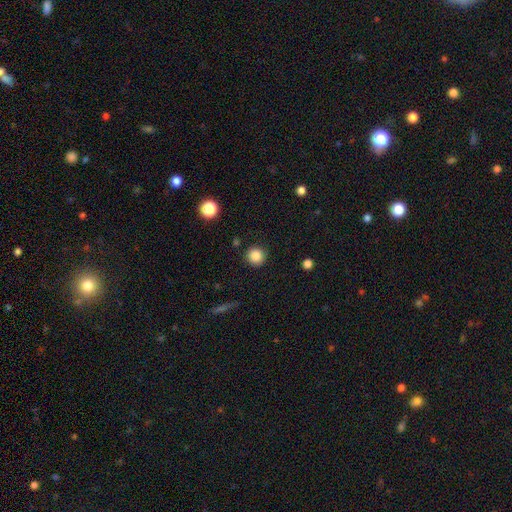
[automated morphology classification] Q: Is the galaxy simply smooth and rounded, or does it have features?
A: smooth — 86%.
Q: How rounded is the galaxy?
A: round — 93%.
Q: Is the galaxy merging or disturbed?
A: none — 90%.